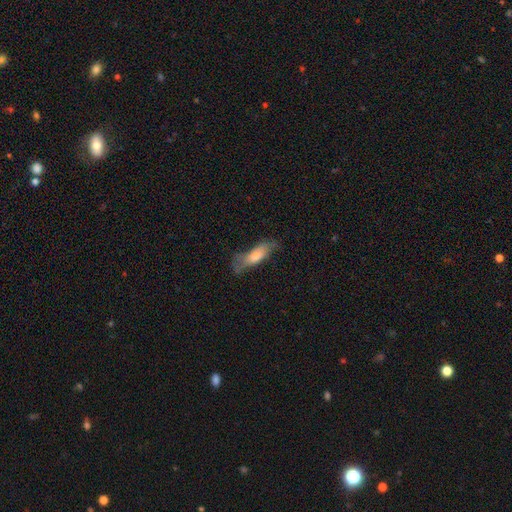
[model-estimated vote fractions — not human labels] Smooth or featured?
  - smooth: 59% *
  - featured or disk: 32%
  - star or artifact: 8%
How rounded?
  - cigar-shaped: 53% *
  - in between: 44%
  - round: 2%
Merging?
  - none: 51% *
  - minor disturbance: 29%
  - major disturbance: 17%
  - merger: 3%